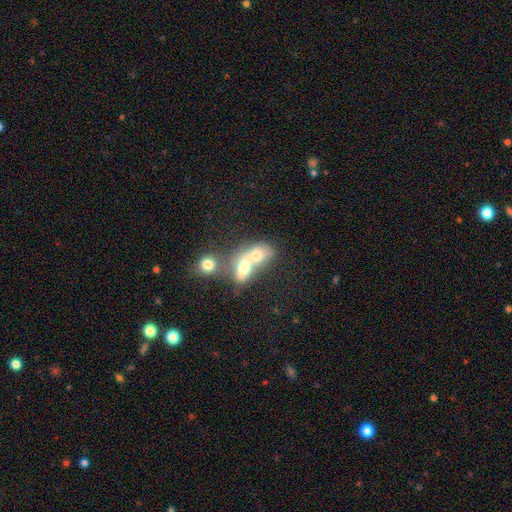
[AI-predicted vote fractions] Overall: smooth (66%). How rounded: in between (62%; round 35%). Merging: merger (75%).